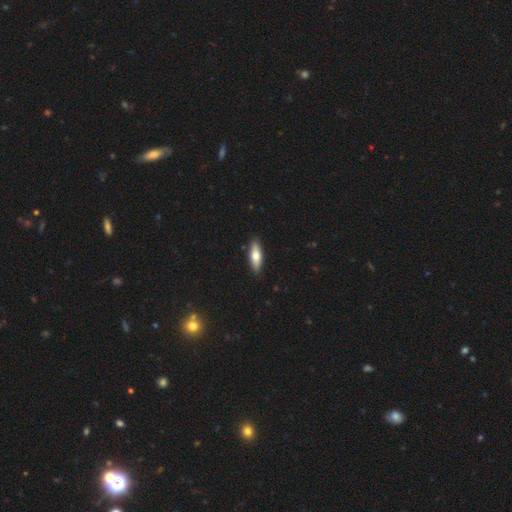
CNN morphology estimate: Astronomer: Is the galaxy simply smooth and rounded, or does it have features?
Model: smooth — 65%.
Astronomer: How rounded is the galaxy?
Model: in between — 51% (runner-up: cigar-shaped, 46%).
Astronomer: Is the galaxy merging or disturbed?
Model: none — 89%.